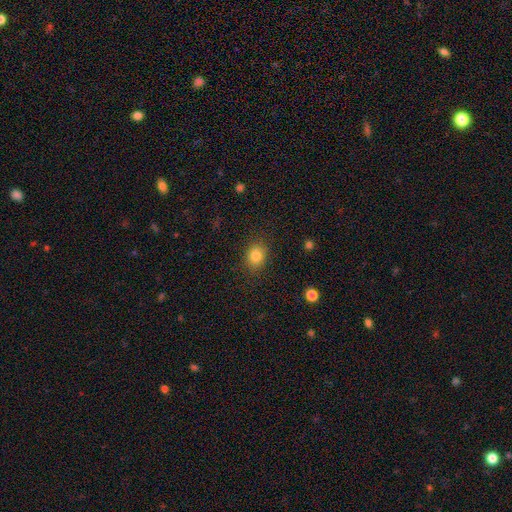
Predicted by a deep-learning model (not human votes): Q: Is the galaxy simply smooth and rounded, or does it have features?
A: smooth — 83%.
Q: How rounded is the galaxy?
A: round — 57%.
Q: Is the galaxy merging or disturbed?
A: none — 86%.